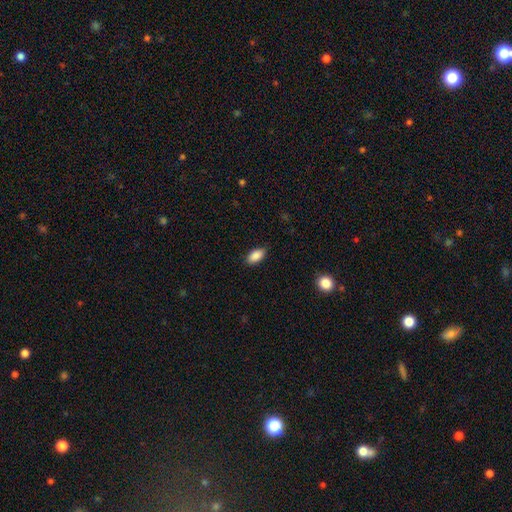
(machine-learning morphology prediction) Q: Smooth or featured?
A: smooth (88%); runner-up: star or artifact (7%)
Q: How rounded?
A: in between (92%); runner-up: cigar-shaped (5%)
Q: Merging?
A: none (86%); runner-up: minor disturbance (10%)